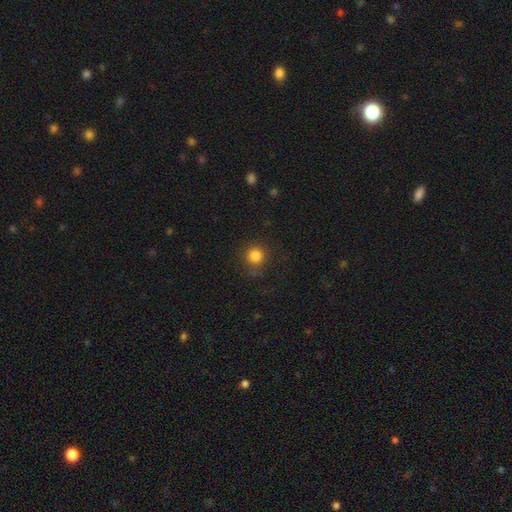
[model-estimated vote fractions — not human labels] The model was most divided on "smooth or featured": smooth: 83%, star or artifact: 12%, featured or disk: 5%. More confident: how rounded — round (93%); merging — none (83%).